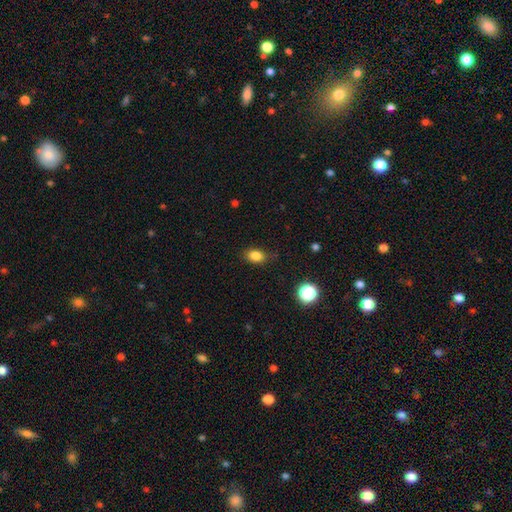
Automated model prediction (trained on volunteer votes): The model was most divided on "how rounded": in between: 73%, round: 25%, cigar-shaped: 2%. More confident: smooth or featured — smooth (83%); merging — none (81%).